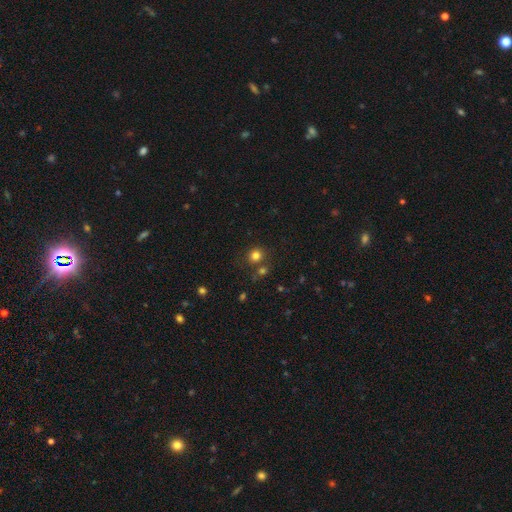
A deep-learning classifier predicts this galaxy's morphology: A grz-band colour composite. It shows a smooth galaxy with no disk features (79%) that is round (87%). Merging: none (71%).